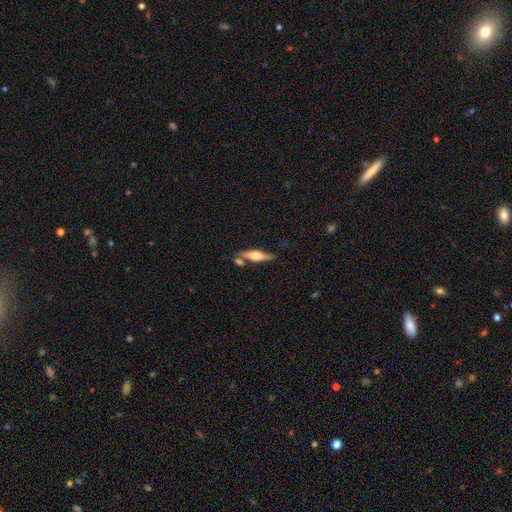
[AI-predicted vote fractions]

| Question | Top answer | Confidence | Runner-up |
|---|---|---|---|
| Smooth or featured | featured or disk | 58% | smooth (36%) |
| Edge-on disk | yes | 93% | no (7%) |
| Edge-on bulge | rounded | 84% | boxy (13%) |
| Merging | none | 63% | minor disturbance (16%) |